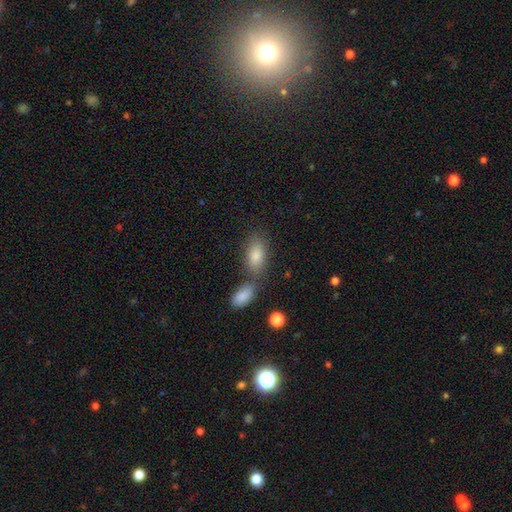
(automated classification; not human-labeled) Smooth or featured?
  - smooth: 80% *
  - featured or disk: 11%
  - star or artifact: 9%
How rounded?
  - in between: 89% *
  - round: 5%
  - cigar-shaped: 5%
Merging?
  - none: 54% *
  - merger: 30%
  - minor disturbance: 12%
  - major disturbance: 4%